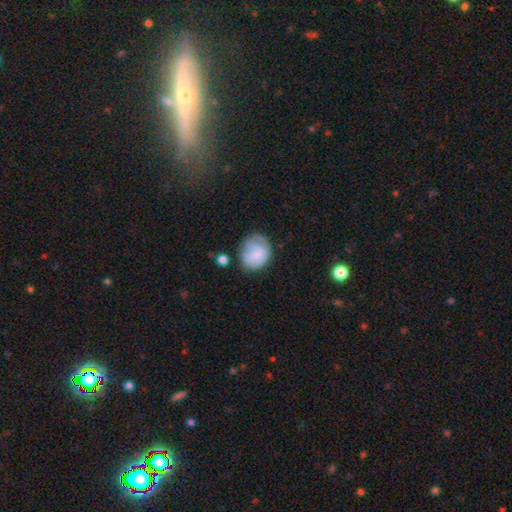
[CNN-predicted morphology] The model was most divided on "merging": none: 51%, minor disturbance: 29%, major disturbance: 16%, merger: 5%. More confident: smooth or featured — smooth (71%); how rounded — round (70%).